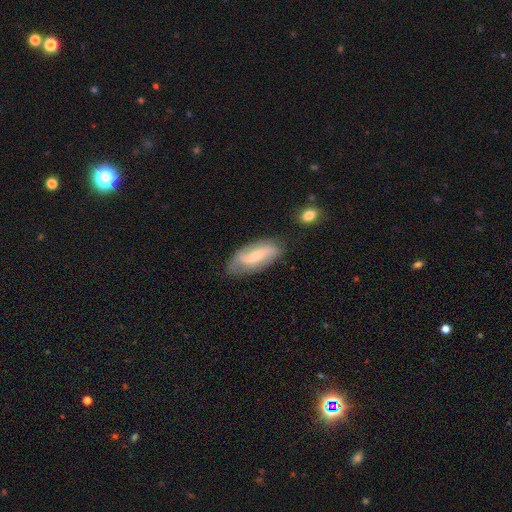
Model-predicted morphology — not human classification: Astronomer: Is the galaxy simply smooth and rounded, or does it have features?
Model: featured or disk — 72%.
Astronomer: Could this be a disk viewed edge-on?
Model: no — 90%.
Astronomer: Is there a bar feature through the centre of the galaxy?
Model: weak — 42% (runner-up: strong, 29%).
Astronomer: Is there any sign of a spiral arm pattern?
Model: yes — 89%.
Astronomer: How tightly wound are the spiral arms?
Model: loose — 58%.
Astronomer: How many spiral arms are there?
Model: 2 — 85%.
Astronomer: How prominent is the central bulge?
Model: small — 63%.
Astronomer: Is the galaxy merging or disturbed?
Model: none — 77%.